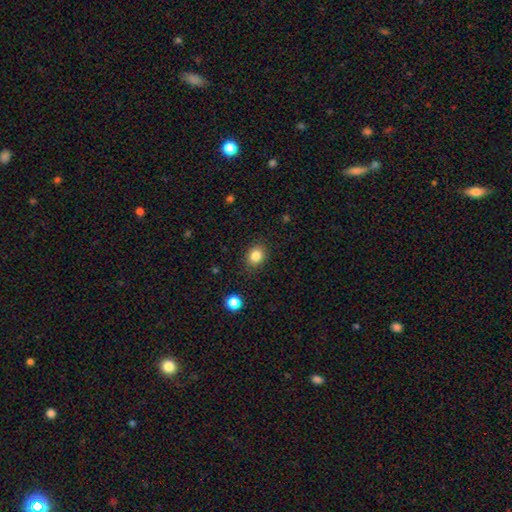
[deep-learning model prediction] Overall: smooth (84%). How rounded: round (58%; in between 41%). Merging: none (86%).